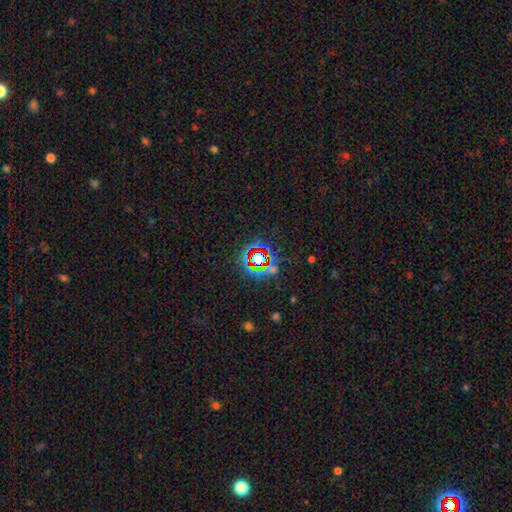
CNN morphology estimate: smooth_or_featured: star or artifact (p=0.73) [alt: smooth p=0.16]